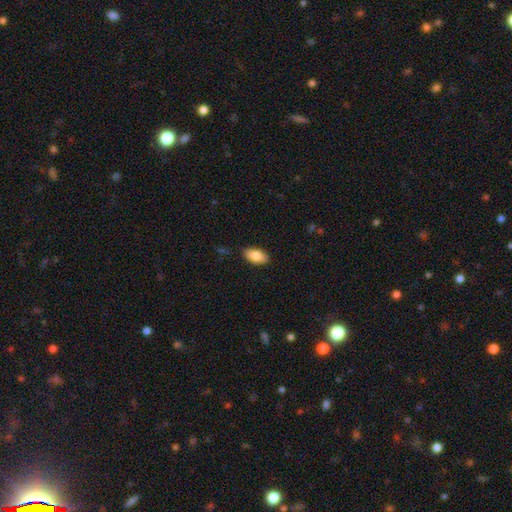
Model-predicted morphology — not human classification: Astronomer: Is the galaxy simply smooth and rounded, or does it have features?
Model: smooth — 84%.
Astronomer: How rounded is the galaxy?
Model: in between — 93%.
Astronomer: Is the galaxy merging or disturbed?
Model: none — 87%.